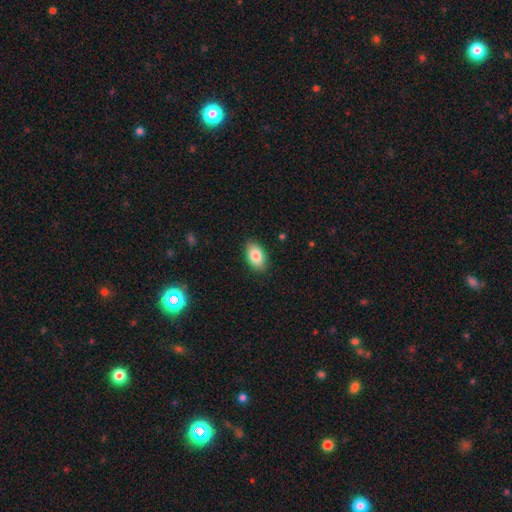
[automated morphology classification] Q: Smooth or featured?
A: smooth (83%); runner-up: featured or disk (10%)
Q: How rounded?
A: in between (92%); runner-up: round (6%)
Q: Merging?
A: none (88%); runner-up: minor disturbance (9%)